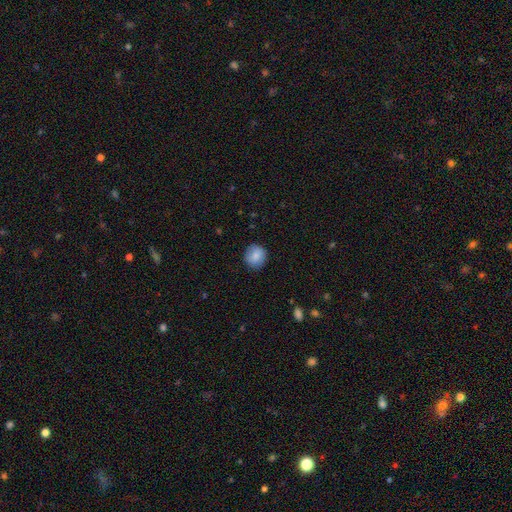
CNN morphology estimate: Q: Smooth or featured?
A: smooth (82%); runner-up: featured or disk (11%)
Q: How rounded?
A: round (88%); runner-up: in between (11%)
Q: Merging?
A: none (87%); runner-up: minor disturbance (10%)